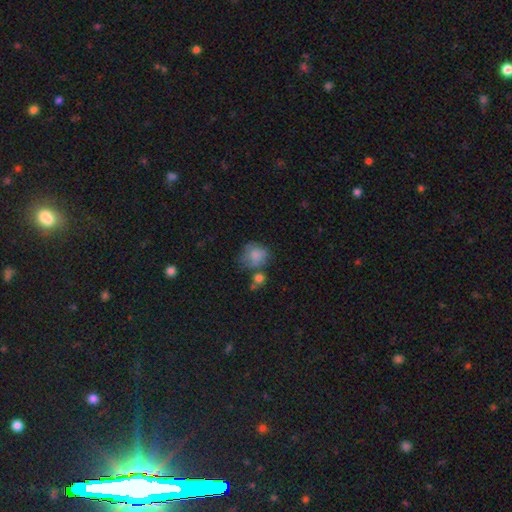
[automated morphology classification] smooth 73%, featured or disk 17%, star or artifact 10%. Down the decision tree: how rounded — round (63%); merging — none (41%).